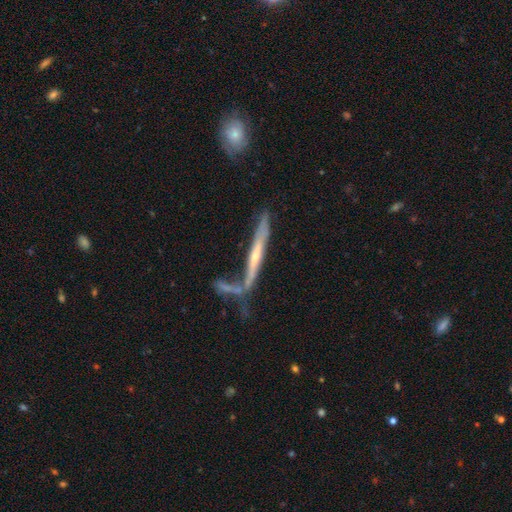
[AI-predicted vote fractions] A featured or disk galaxy (71%) viewed edge-on (89%) with a rounded central bulge (55%).

Vote fractions:
- Smooth or featured? featured or disk: 71% / smooth: 22% / star or artifact: 7%
- Edge-on disk? yes: 89% / no: 11%
- Edge-on bulge? rounded: 55% / none: 38% / boxy: 7%
- Merging? none: 47% / merger: 24% / minor disturbance: 18% / major disturbance: 10%